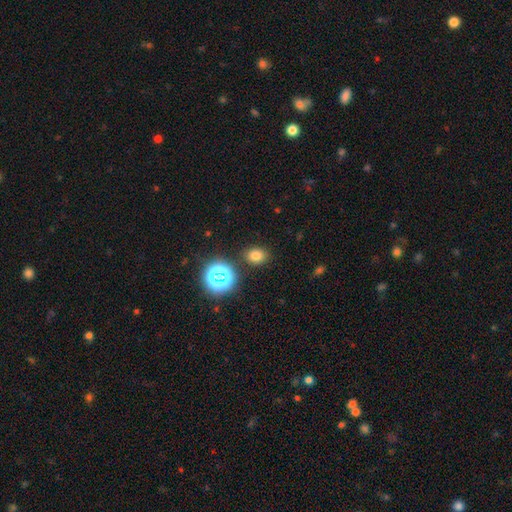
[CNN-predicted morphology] smooth 74%, star or artifact 20%, featured or disk 6%. Down the decision tree: how rounded — round (53%); merging — none (84%).